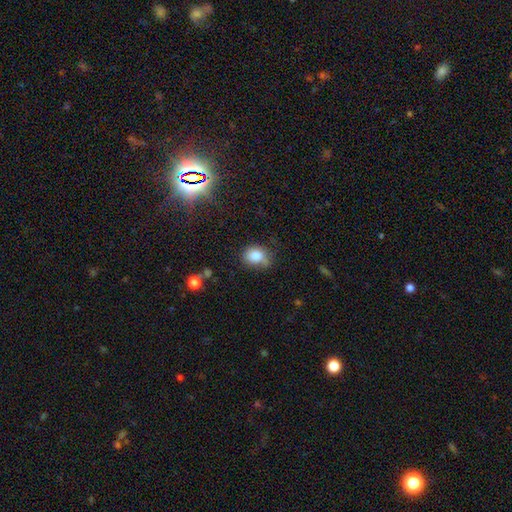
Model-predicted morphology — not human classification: Overall: smooth (82%). How rounded: in between (52%; round 47%). Merging: none (57%; minor disturbance 30%).